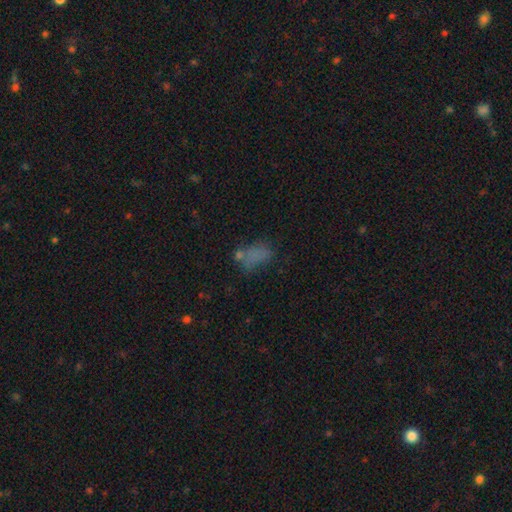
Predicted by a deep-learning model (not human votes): Q: Smooth or featured?
A: smooth (65%); runner-up: star or artifact (18%)
Q: How rounded?
A: in between (84%); runner-up: round (10%)
Q: Merging?
A: none (42%); runner-up: minor disturbance (21%)